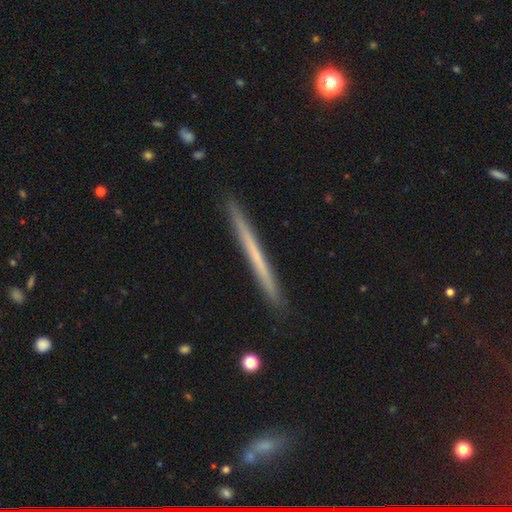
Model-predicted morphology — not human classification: This appears to be a featured or disk galaxy (48%). Merging: none (92%).